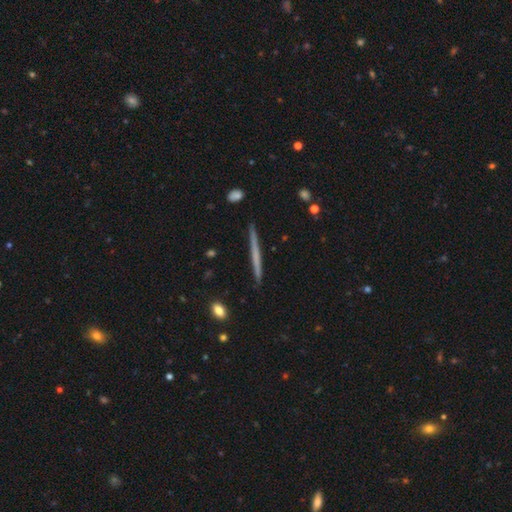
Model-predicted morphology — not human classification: This appears to be a featured or disk galaxy (50%) viewed edge-on (97%). Merging: none (91%).